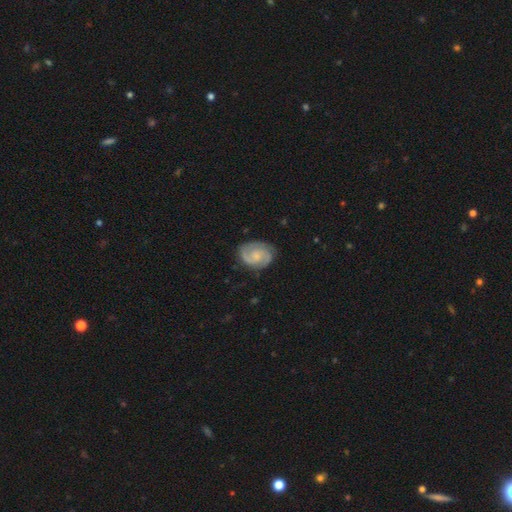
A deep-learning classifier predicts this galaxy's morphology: This is likely a featured or disk galaxy (78%). It is clearly not viewed edge-on (98%). Bar: likely no (64%). Spiral arm pattern: clearly yes (96%). Spiral arm count: clearly 2 (81%). Spiral winding: possibly medium (46%). Central bulge: possibly small (53%). Merging: likely none (77%).